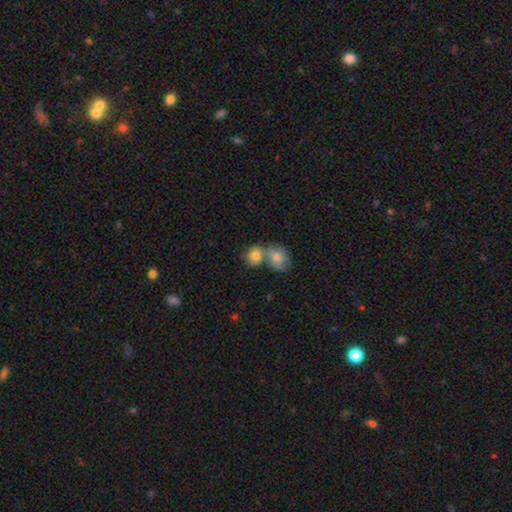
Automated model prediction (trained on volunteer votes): A smooth galaxy with no disk features (82%) that is round (70%).

Vote fractions:
- Smooth or featured? smooth: 82% / featured or disk: 10% / star or artifact: 8%
- How rounded? round: 70% / in between: 29% / cigar-shaped: 1%
- Merging? merger: 62% / none: 29% / minor disturbance: 6% / major disturbance: 2%